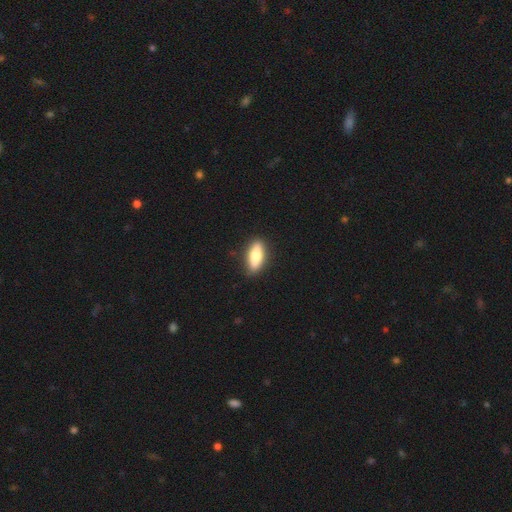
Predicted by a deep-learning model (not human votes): This is likely a smooth galaxy (70%). How rounded: likely in between (66%). Merging: clearly none (88%).